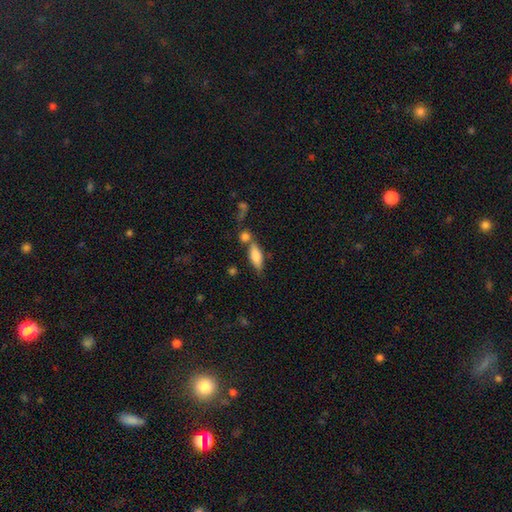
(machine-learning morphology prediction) Q: Smooth or featured?
A: smooth (73%); runner-up: featured or disk (20%)
Q: How rounded?
A: in between (65%); runner-up: cigar-shaped (31%)
Q: Merging?
A: none (49%); runner-up: merger (29%)